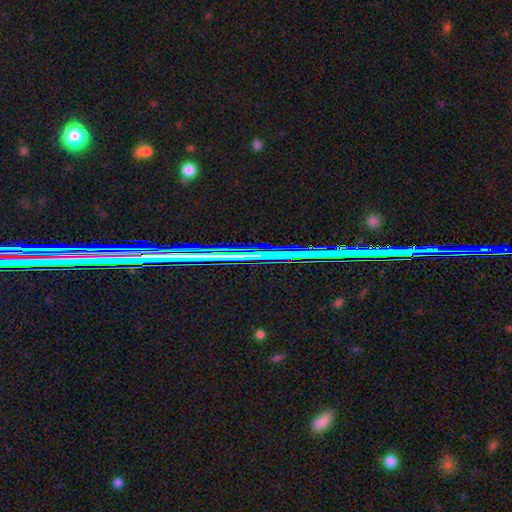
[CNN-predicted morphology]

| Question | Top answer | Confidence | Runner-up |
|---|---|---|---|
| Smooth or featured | star or artifact | 76% | featured or disk (14%) |